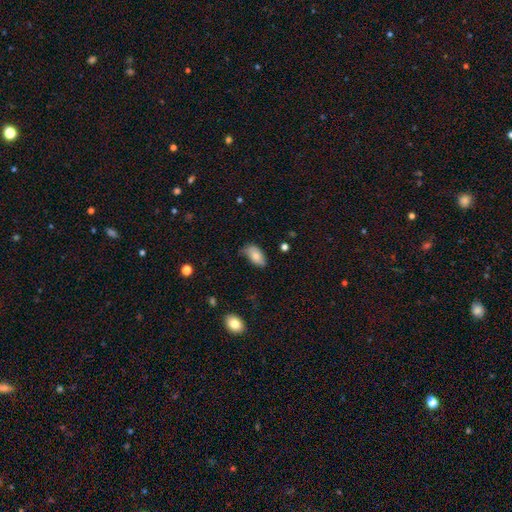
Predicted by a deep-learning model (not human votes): A smooth galaxy with no disk features (80%) that is in between round and cigar-shaped (93%). Merging: none (56%).